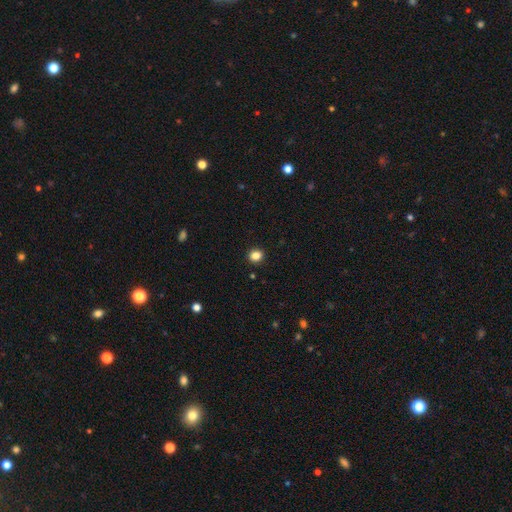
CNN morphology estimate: Smooth or featured: smooth — 84% (star or artifact — 12%)
How rounded: round — 80% (in between — 19%)
Merging: none — 92% (minor disturbance — 5%)